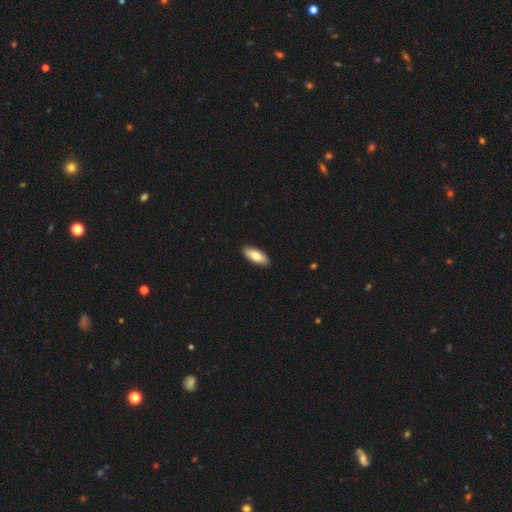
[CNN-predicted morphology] Smooth or featured? Predicted: smooth (p=0.77). How rounded? Predicted: in between (p=0.81). Merging? Predicted: none (p=0.91).